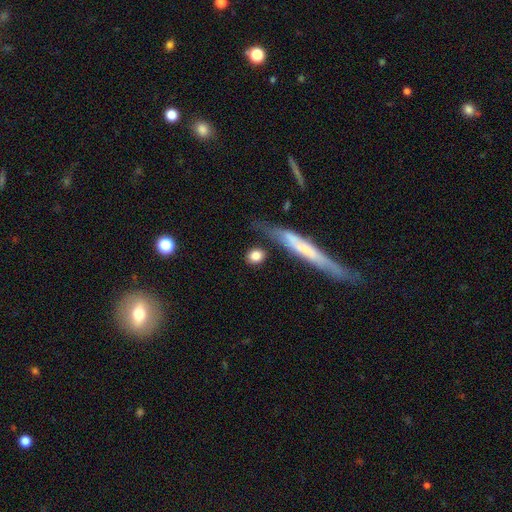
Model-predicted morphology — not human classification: This is clearly a smooth galaxy (83%). How rounded: possibly round (57%). Merging: likely none (74%).